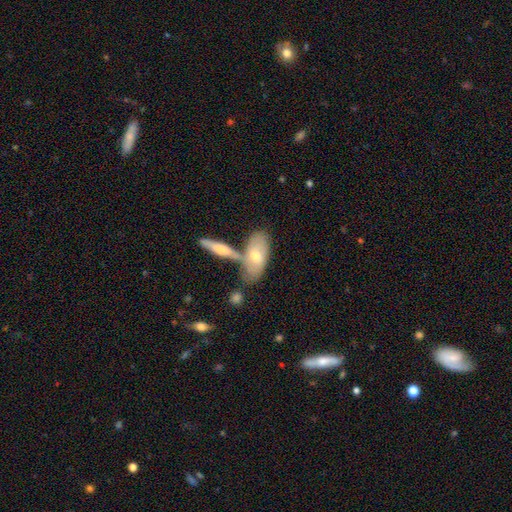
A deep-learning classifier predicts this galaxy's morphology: This appears to be a smooth galaxy with no disk features (58%) that is in between round and cigar-shaped (80%). Merging: none (45%).